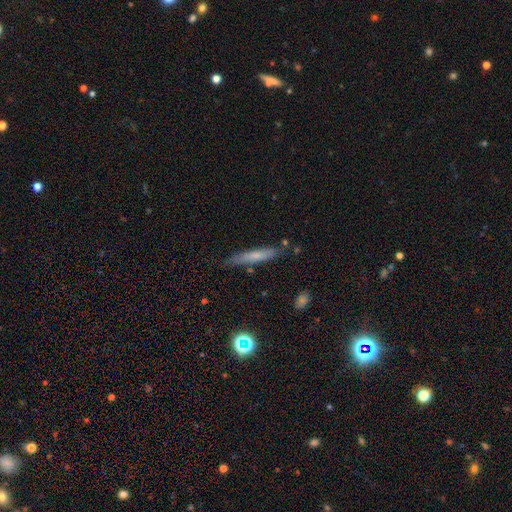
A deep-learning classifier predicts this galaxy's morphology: smooth-or-featured: smooth: 62% | featured or disk: 30% | star or artifact: 8%
  how-rounded: cigar-shaped: 92% | in between: 7% | round: 2%
  merging: none: 78% | minor disturbance: 16% | merger: 3% | major disturbance: 3%